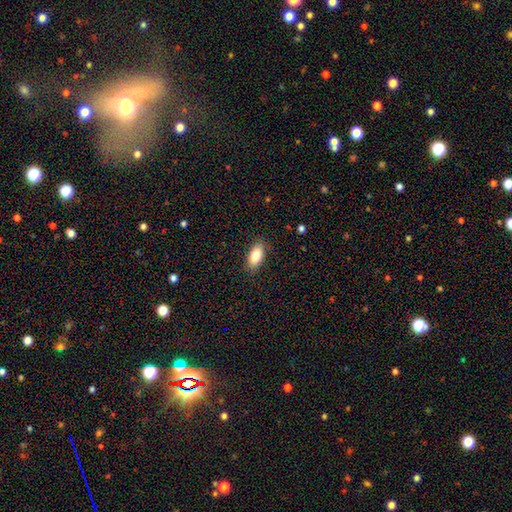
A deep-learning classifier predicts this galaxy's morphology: Smooth or featured?
  - smooth: 83% *
  - featured or disk: 10%
  - star or artifact: 7%
How rounded?
  - in between: 89% *
  - cigar-shaped: 8%
  - round: 3%
Merging?
  - none: 87% *
  - minor disturbance: 10%
  - major disturbance: 2%
  - merger: 1%